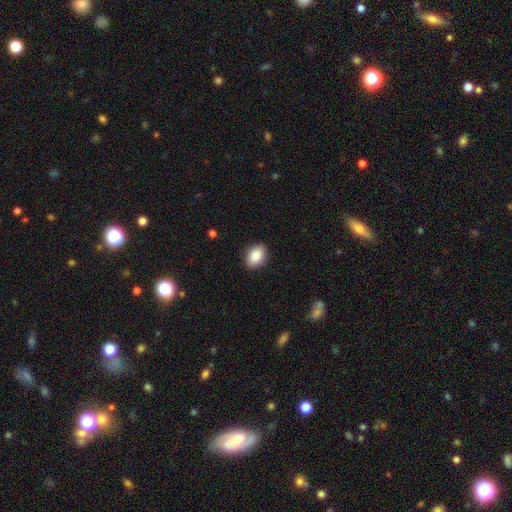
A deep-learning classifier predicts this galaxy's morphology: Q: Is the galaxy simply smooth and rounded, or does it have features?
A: smooth — 87%.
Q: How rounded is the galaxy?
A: in between — 77%.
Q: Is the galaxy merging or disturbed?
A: none — 88%.